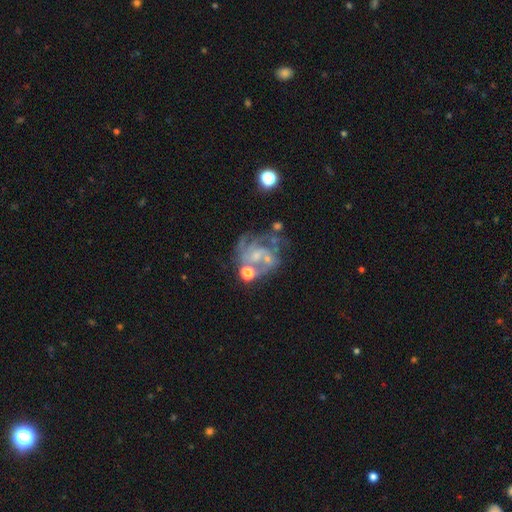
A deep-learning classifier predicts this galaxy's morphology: Q: Smooth or featured?
A: featured or disk (82%); runner-up: smooth (9%)
Q: Edge-on disk?
A: no (98%); runner-up: yes (2%)
Q: Bar?
A: no (62%); runner-up: weak (31%)
Q: Spiral arms?
A: yes (90%); runner-up: no (10%)
Q: Spiral winding?
A: medium (47%); runner-up: tight (37%)
Q: Spiral arm count?
A: 3 (30%); runner-up: 2 (28%)
Q: Bulge size?
A: small (56%); runner-up: moderate (22%)
Q: Merging?
A: none (45%); runner-up: major disturbance (22%)